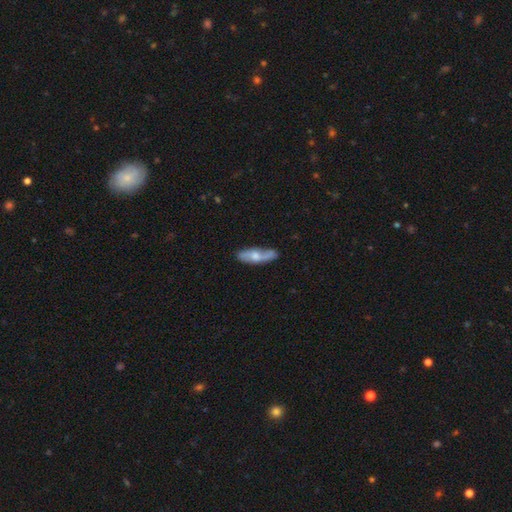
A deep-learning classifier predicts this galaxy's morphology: Smooth or featured? featured or disk (51%)
Edge-on disk? no (65%)
Merging? none (77%)